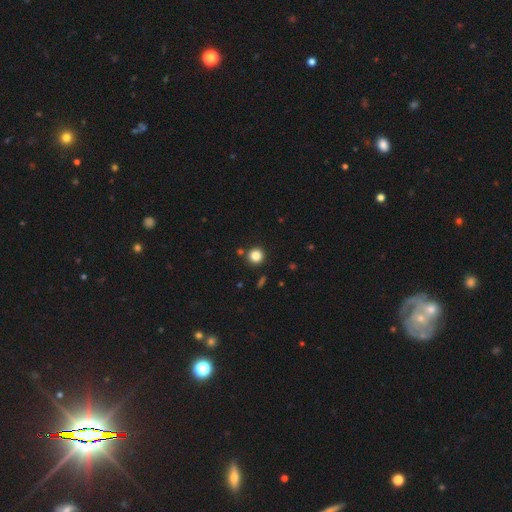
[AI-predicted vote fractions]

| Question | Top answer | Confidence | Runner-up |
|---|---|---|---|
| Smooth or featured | smooth | 83% | star or artifact (13%) |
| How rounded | round | 94% | in between (5%) |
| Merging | none | 89% | minor disturbance (6%) |